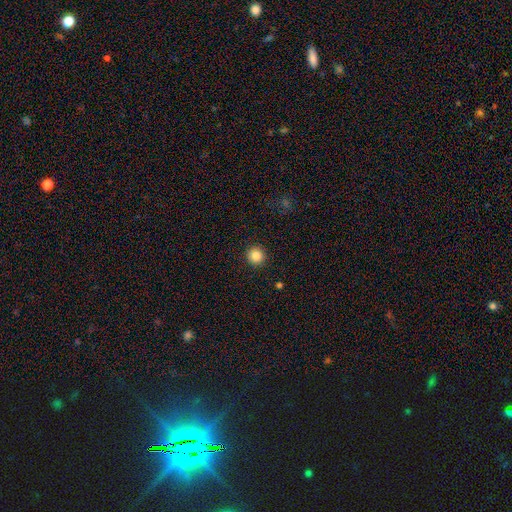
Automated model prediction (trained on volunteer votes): Smooth or featured: smooth — 86% (star or artifact — 10%)
How rounded: round — 95% (in between — 4%)
Merging: none — 93% (minor disturbance — 5%)